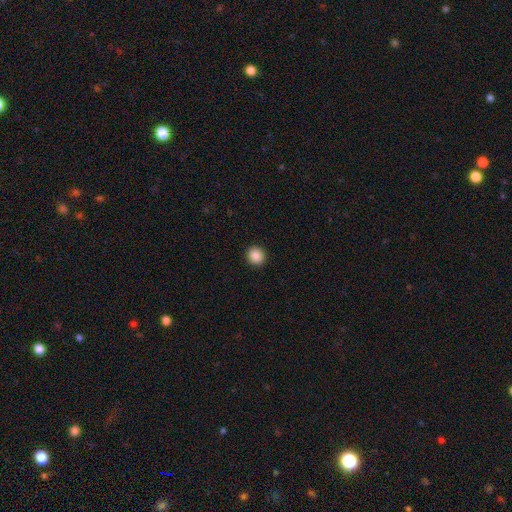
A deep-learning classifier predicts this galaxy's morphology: This is clearly a smooth galaxy (88%). How rounded: clearly round (86%). Merging: clearly none (93%).